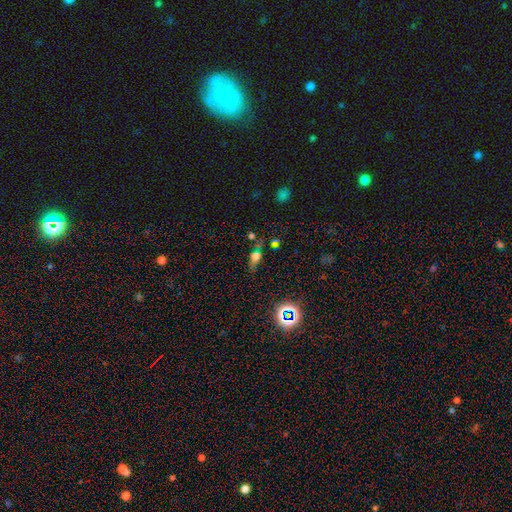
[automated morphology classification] Smooth or featured? Predicted: smooth (p=0.50). How rounded? Predicted: in between (p=0.57). Merging? Predicted: none (p=0.59).